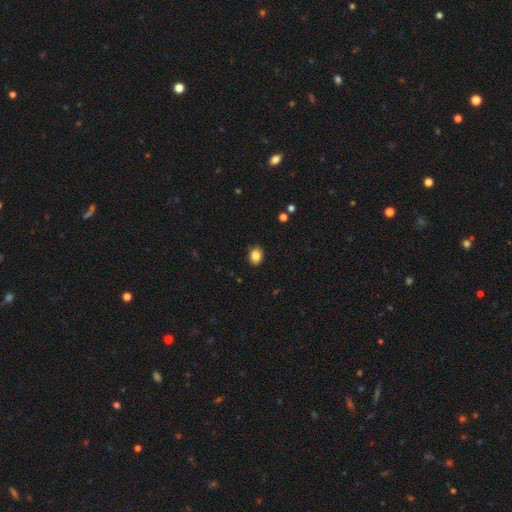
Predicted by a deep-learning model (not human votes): Smooth or featured? Predicted: smooth (p=0.86). How rounded? Predicted: in between (p=0.57). Merging? Predicted: none (p=0.89).